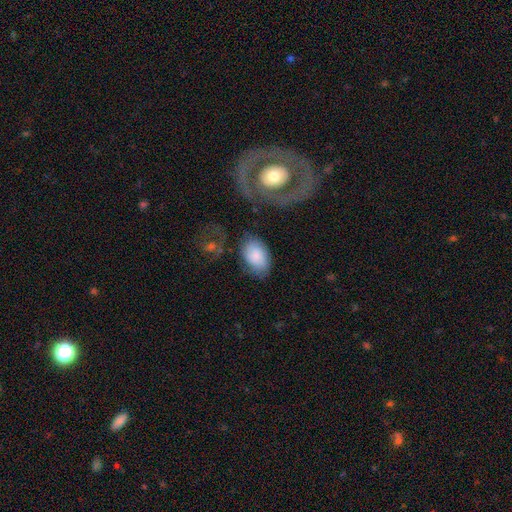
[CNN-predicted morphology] Overall: smooth (76%). How rounded: in between (89%). Merging: none (64%).